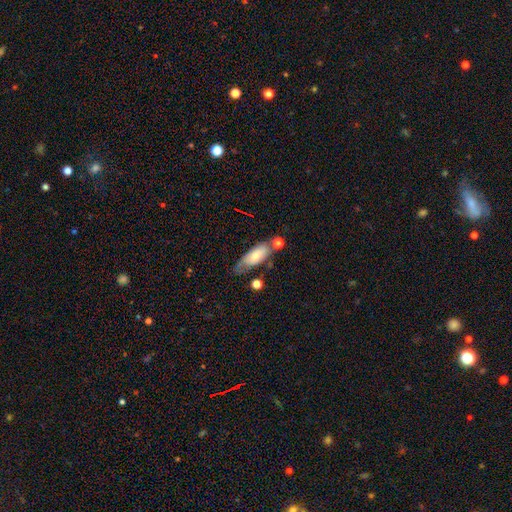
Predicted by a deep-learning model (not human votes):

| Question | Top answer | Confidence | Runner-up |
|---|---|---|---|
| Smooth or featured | smooth | 60% | featured or disk (34%) |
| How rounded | in between | 73% | cigar-shaped (25%) |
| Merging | none | 48% | minor disturbance (26%) |